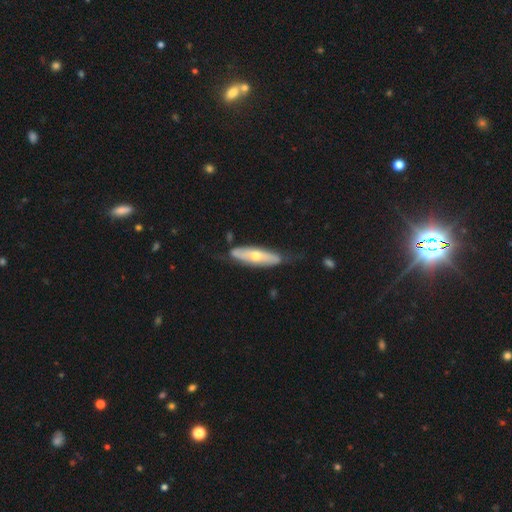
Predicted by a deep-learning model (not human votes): Smooth or featured?
  - featured or disk: 55% *
  - smooth: 40%
  - star or artifact: 5%
Edge-on disk?
  - no: 53% *
  - yes: 47%
Merging?
  - none: 65% *
  - minor disturbance: 25%
  - major disturbance: 7%
  - merger: 3%